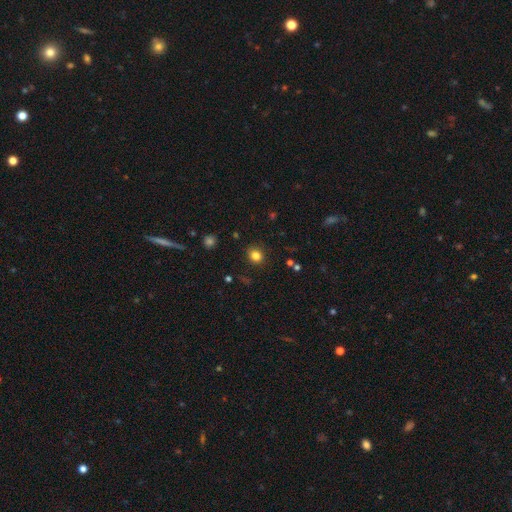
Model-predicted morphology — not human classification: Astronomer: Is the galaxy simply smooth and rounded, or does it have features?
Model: smooth — 82%.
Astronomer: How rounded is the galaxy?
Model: round — 74%.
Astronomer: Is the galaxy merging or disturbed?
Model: none — 88%.